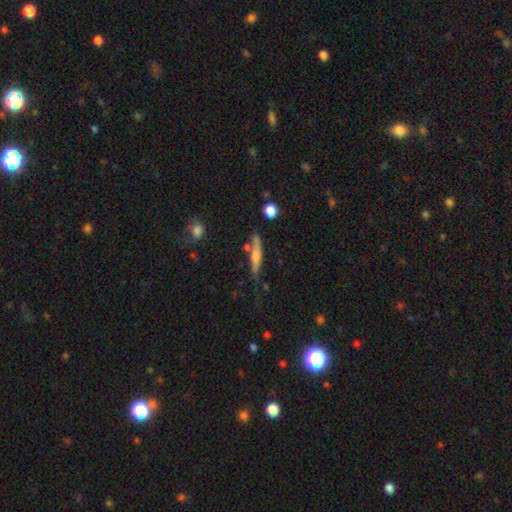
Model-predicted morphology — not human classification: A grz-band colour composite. It shows a featured or disk galaxy (45%, tied with smooth). Merging: none (71%).